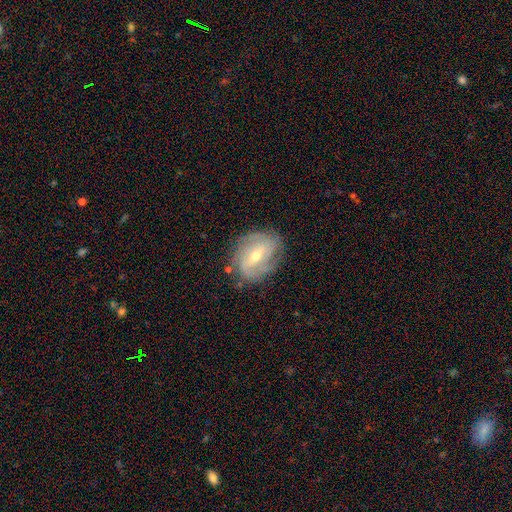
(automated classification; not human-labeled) A featured or disk galaxy (80%) with a weak bar (47%), 2 (44%) tight (50%) spiral arms (90%) and a moderate central bulge (58%).

Vote fractions:
- Smooth or featured? featured or disk: 80% / smooth: 13% / star or artifact: 6%
- Edge-on disk? no: 96% / yes: 4%
- Bar? weak: 47% / strong: 35% / no: 17%
- Spiral arms? yes: 90% / no: 10%
- Spiral winding? tight: 50% / medium: 36% / loose: 14%
- Spiral arm count? 2: 44% / can't tell: 25% / 3: 18% / 4: 5% / 1: 5% / more than 4: 3%
- Bulge size? moderate: 58% / small: 38% / large: 2% / none: 1% / dominant: 1%
- Merging? none: 74% / minor disturbance: 18% / major disturbance: 6% / merger: 2%